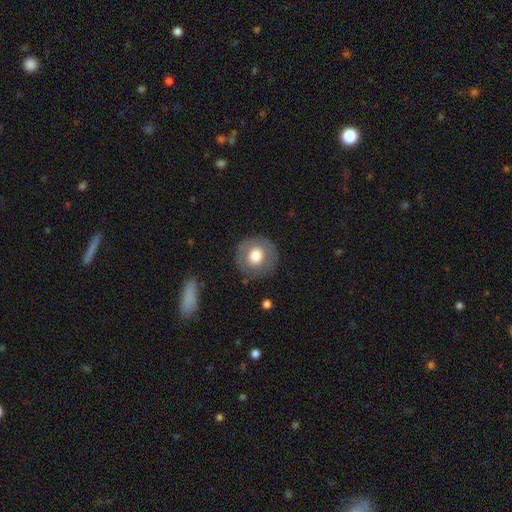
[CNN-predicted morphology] Q: Smooth or featured?
A: smooth (69%); runner-up: featured or disk (24%)
Q: How rounded?
A: round (92%); runner-up: in between (7%)
Q: Merging?
A: none (84%); runner-up: minor disturbance (10%)